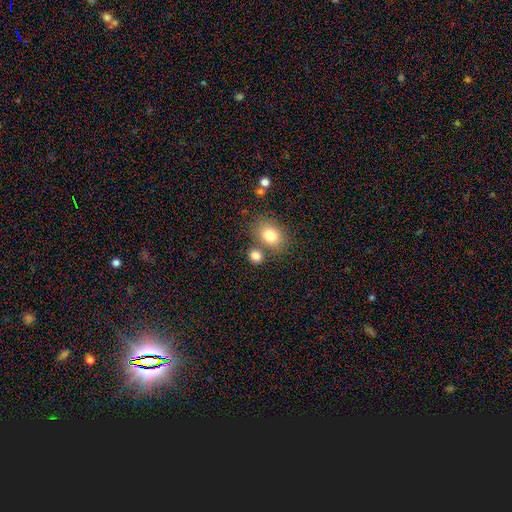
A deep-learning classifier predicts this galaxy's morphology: smooth-or-featured: smooth: 81% | star or artifact: 11% | featured or disk: 8%
  how-rounded: round: 59% | in between: 40% | cigar-shaped: 1%
  merging: none: 64% | merger: 22% | minor disturbance: 11% | major disturbance: 4%